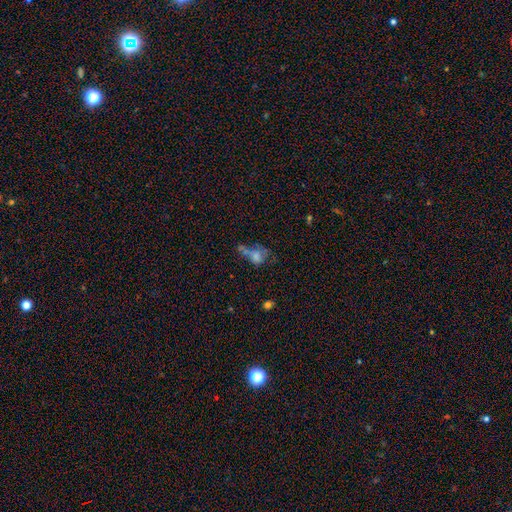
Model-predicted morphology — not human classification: A smooth galaxy with no disk features (59%) that is in between round and cigar-shaped (56%).

Vote fractions:
- Smooth or featured? smooth: 59% / featured or disk: 24% / star or artifact: 17%
- How rounded? in between: 56% / round: 40% / cigar-shaped: 3%
- Merging? merger: 36% / major disturbance: 25% / none: 23% / minor disturbance: 16%